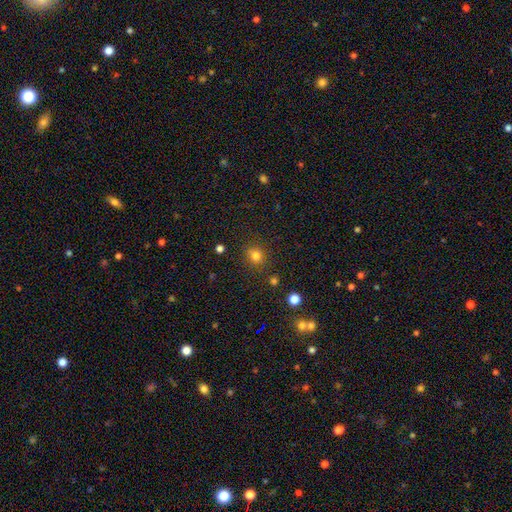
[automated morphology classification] A smooth galaxy with no disk features (79%) that is round (84%).

Vote fractions:
- Smooth or featured? smooth: 79% / star or artifact: 15% / featured or disk: 5%
- How rounded? round: 84% / in between: 15% / cigar-shaped: 1%
- Merging? none: 84% / minor disturbance: 10% / merger: 4% / major disturbance: 3%